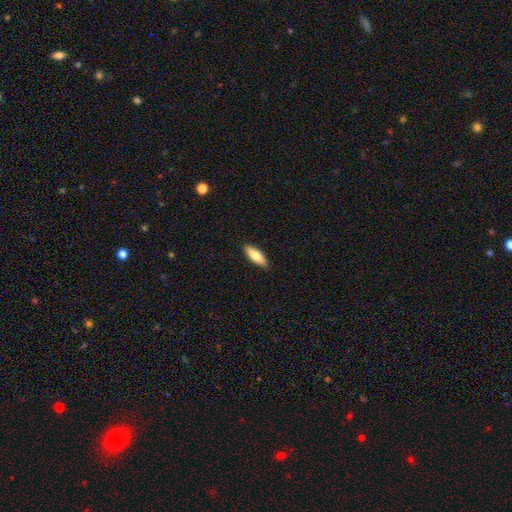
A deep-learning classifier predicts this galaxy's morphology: A smooth galaxy with no disk features (78%) that is in between round and cigar-shaped (56%). Merging: none (89%).